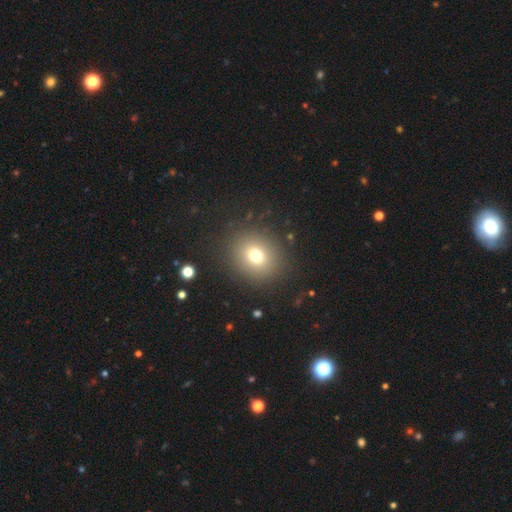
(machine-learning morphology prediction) Smooth or featured? smooth (72%)
How rounded? round (74%)
Merging? none (86%)